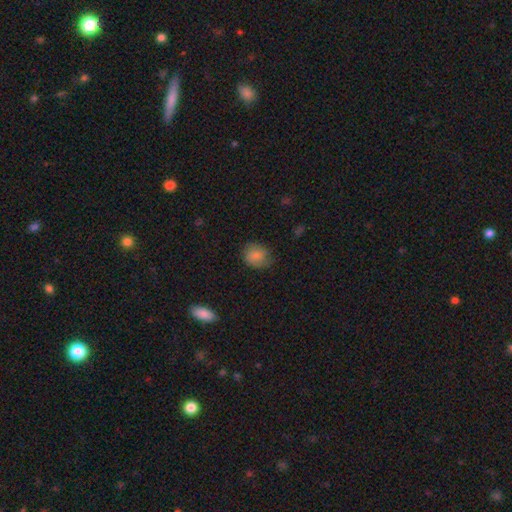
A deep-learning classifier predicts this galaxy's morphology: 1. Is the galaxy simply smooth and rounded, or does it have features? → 77% smooth, 14% featured or disk, 8% star or artifact.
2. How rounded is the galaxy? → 65% round, 34% in between, 1% cigar-shaped.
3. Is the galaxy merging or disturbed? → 69% none, 23% minor disturbance, 7% major disturbance, 1% merger.